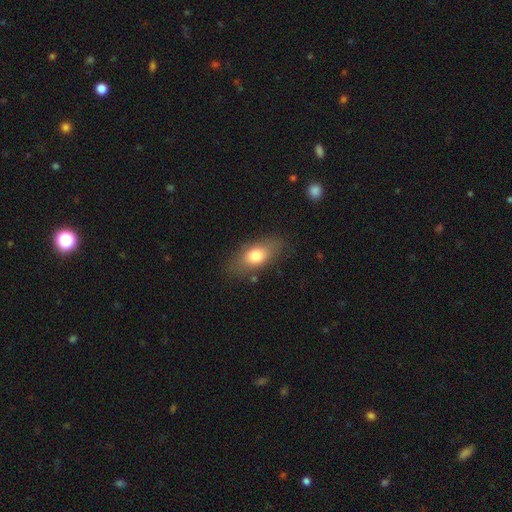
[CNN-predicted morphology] smooth 74%, featured or disk 19%, star or artifact 8%. Down the decision tree: how rounded — in between (83%); merging — none (77%).